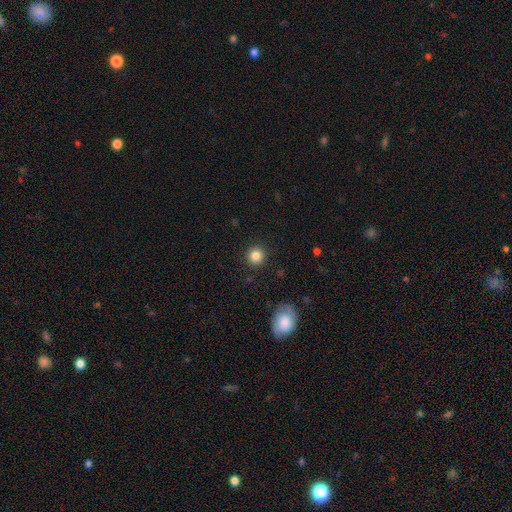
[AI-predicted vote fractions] smooth-or-featured: smooth: 84% | star or artifact: 11% | featured or disk: 5%
  how-rounded: round: 94% | in between: 5% | cigar-shaped: 1%
  merging: none: 91% | minor disturbance: 5% | major disturbance: 2% | merger: 1%